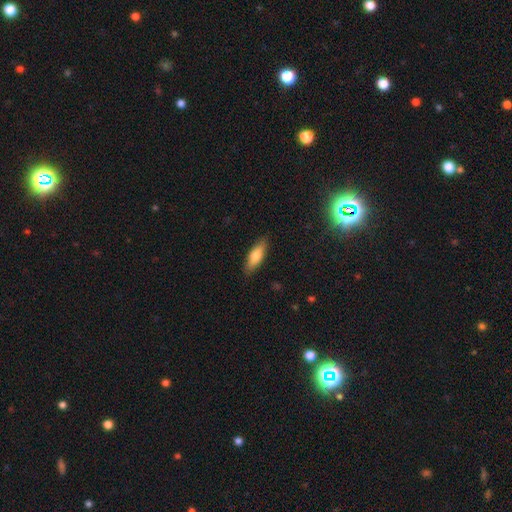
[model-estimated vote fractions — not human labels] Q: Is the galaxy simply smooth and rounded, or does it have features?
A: smooth — 76%.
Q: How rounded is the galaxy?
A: in between — 56%.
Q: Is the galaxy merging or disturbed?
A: none — 87%.